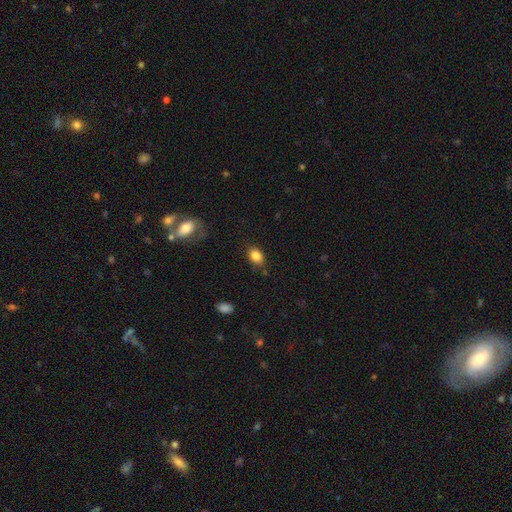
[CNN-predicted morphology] A smooth galaxy with no disk features (86%) that is in between round and cigar-shaped (80%).

Vote fractions:
- Smooth or featured? smooth: 86% / star or artifact: 9% / featured or disk: 5%
- How rounded? in between: 80% / round: 18% / cigar-shaped: 2%
- Merging? none: 79% / minor disturbance: 15% / major disturbance: 4% / merger: 2%